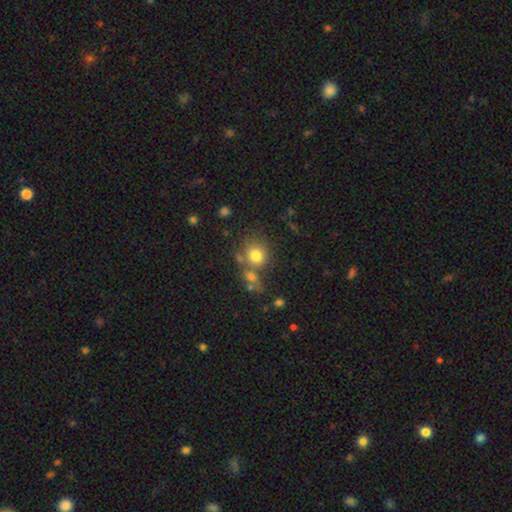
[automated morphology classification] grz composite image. It shows a smooth galaxy with no disk features (77%) that is round (80%). Merging: none (54%).